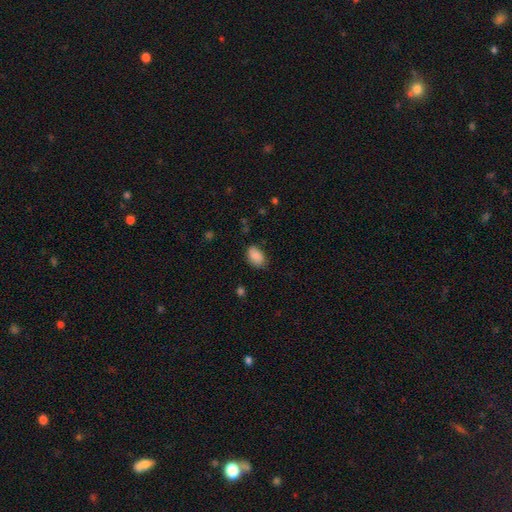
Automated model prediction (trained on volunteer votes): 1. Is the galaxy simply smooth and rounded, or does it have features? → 88% smooth, 7% star or artifact, 5% featured or disk.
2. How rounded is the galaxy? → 89% in between, 9% round, 1% cigar-shaped.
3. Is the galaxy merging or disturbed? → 76% none, 19% minor disturbance, 4% major disturbance, 1% merger.